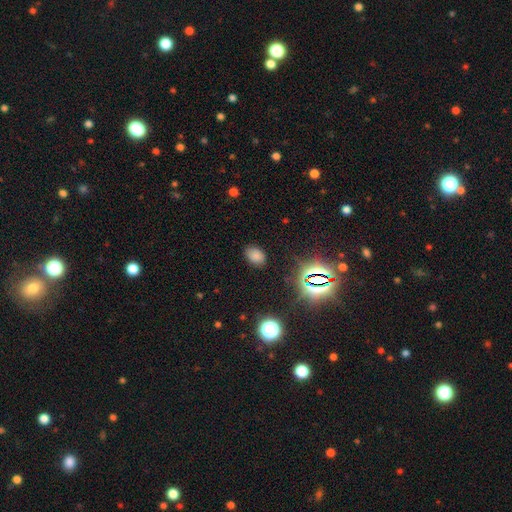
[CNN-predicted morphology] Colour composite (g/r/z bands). It shows a smooth galaxy with no disk features (71%) that is in between round and cigar-shaped (81%). Merging: none (83%).